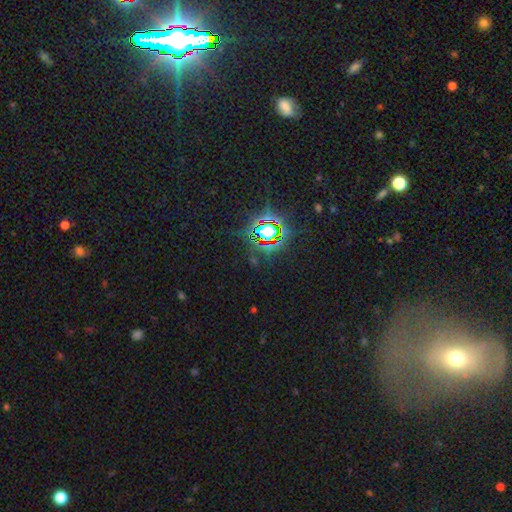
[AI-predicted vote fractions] Morphology: type=star or artifact (77%).